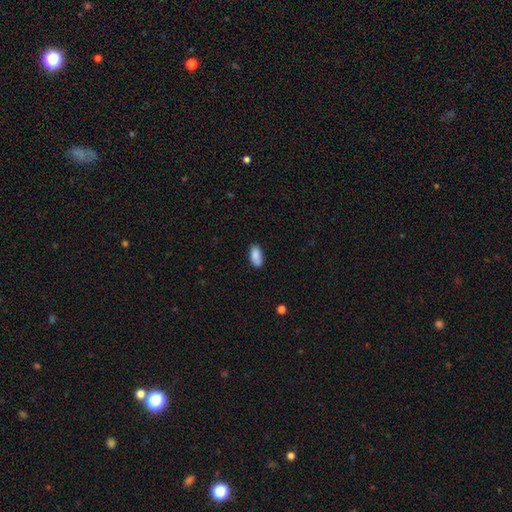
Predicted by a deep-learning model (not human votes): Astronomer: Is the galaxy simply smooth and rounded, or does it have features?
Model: smooth — 87%.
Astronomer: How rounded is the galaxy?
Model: in between — 91%.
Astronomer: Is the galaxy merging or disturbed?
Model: none — 74%.